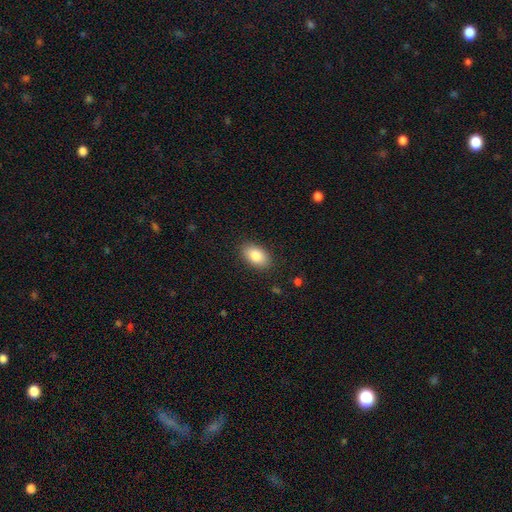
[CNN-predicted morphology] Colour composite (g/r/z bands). It shows a smooth galaxy with no disk features (84%) that is in between round and cigar-shaped (92%). Merging: none (87%).